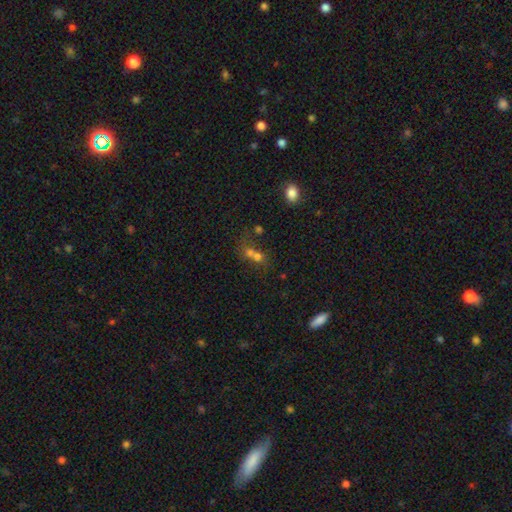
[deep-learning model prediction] smooth-or-featured: smooth: 60% | star or artifact: 22% | featured or disk: 18%
  how-rounded: round: 63% | in between: 35% | cigar-shaped: 2%
  merging: merger: 60% | none: 28% | minor disturbance: 7% | major disturbance: 6%